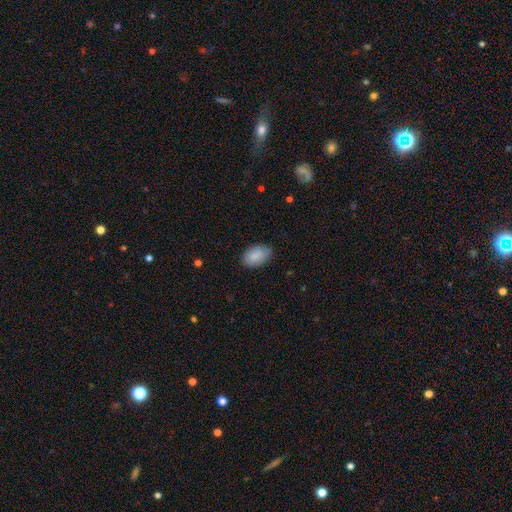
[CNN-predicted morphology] A smooth galaxy with no disk features (86%) that is in between round and cigar-shaped (92%). Merging: none (80%).